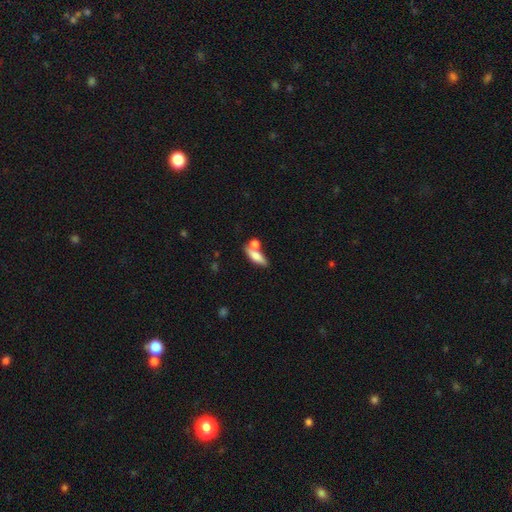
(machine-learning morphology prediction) A smooth galaxy with no disk features (69%) that is in between round and cigar-shaped (54%).

Vote fractions:
- Smooth or featured? smooth: 69% / featured or disk: 24% / star or artifact: 7%
- How rounded? in between: 54% / cigar-shaped: 42% / round: 5%
- Merging? none: 52% / merger: 31% / minor disturbance: 13% / major disturbance: 5%